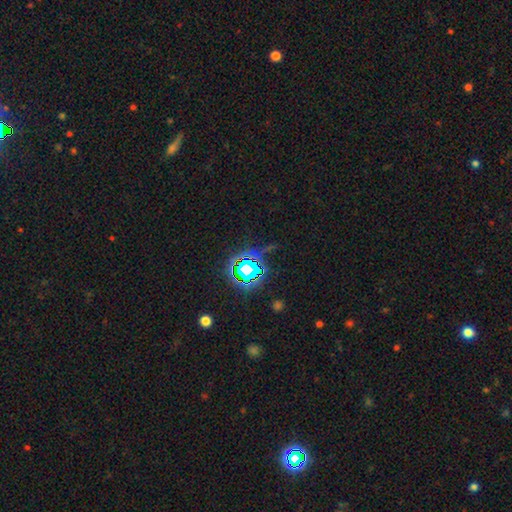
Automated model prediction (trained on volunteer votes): smooth-or-featured: star or artifact: 77% | smooth: 15% | featured or disk: 8%